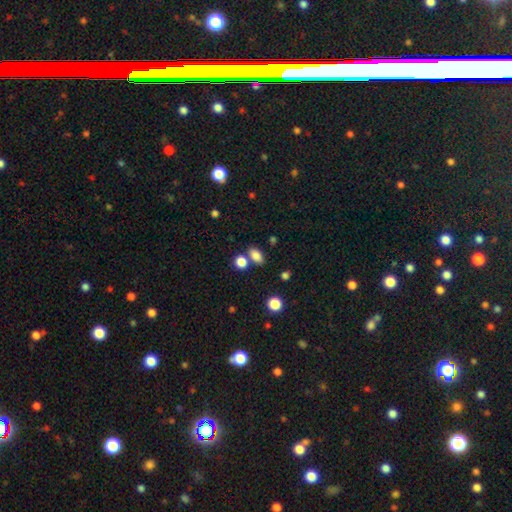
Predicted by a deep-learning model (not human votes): Smooth or featured: smooth — 83% (star or artifact — 11%)
How rounded: in between — 81% (round — 16%)
Merging: none — 68% (merger — 18%)